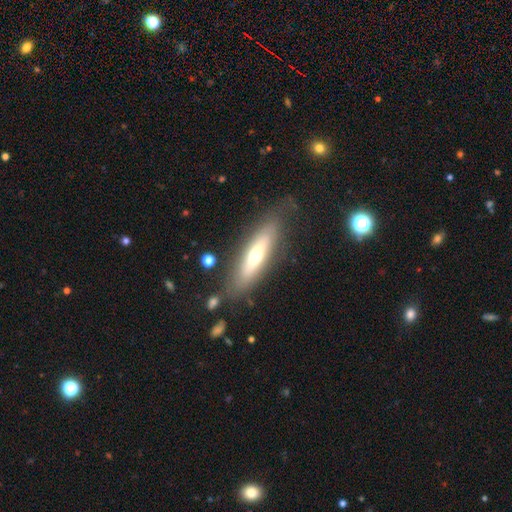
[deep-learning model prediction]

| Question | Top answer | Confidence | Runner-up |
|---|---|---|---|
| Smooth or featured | featured or disk | 47% | smooth (46%) |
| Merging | none | 74% | minor disturbance (16%) |